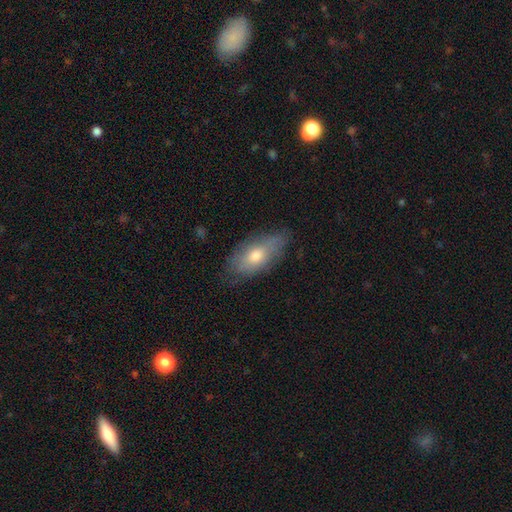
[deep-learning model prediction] This is likely a smooth galaxy (64%). How rounded: clearly in between (87%). Merging: likely none (72%).